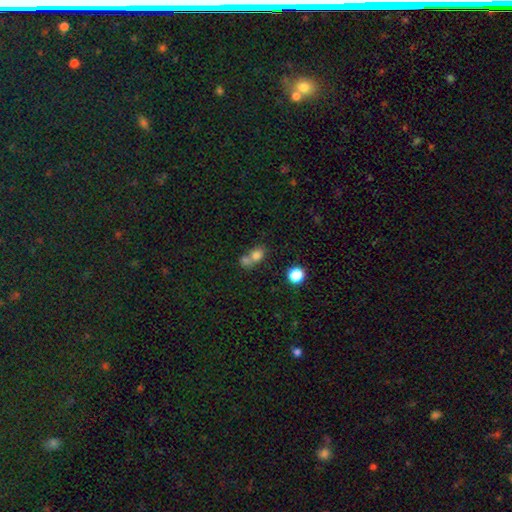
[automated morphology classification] Smooth or featured? smooth (75%)
How rounded? round (62%)
Merging? merger (58%)